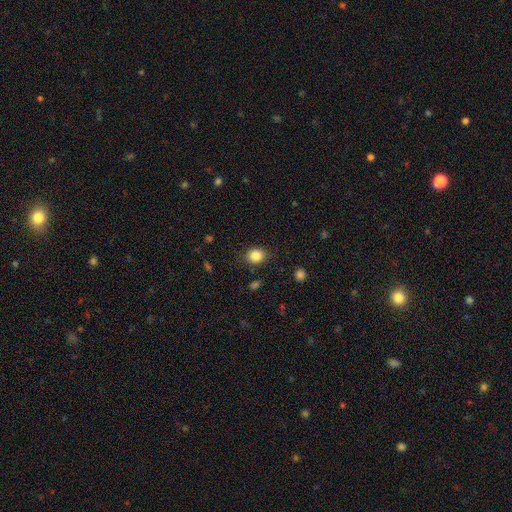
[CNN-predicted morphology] This appears to be a smooth galaxy with no disk features (85%) that is round (56%). Merging: none (84%).